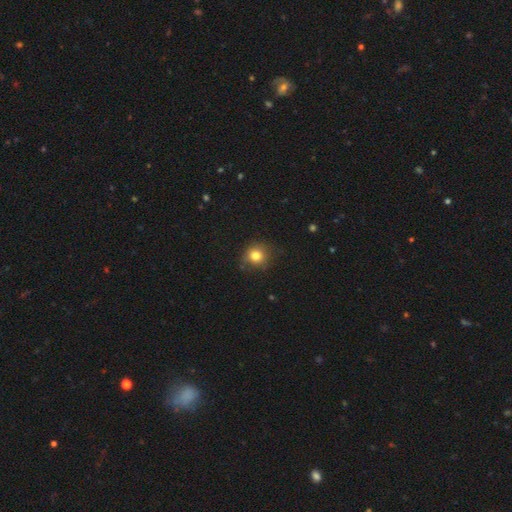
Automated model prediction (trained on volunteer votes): Smooth or featured: smooth — 80% (star or artifact — 12%)
How rounded: round — 84% (in between — 15%)
Merging: none — 74% (minor disturbance — 20%)